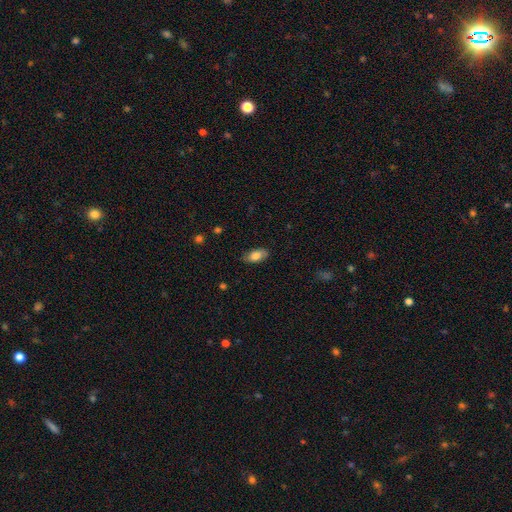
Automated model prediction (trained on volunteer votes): smooth_or_featured: smooth (p=0.81) [alt: featured or disk p=0.12]
how_rounded: in between (p=0.91) [alt: cigar-shaped p=0.05]
merging: none (p=0.82) [alt: minor disturbance p=0.14]